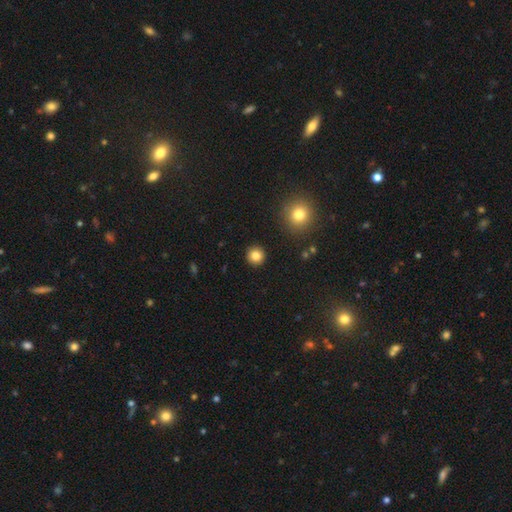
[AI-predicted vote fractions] Overall: smooth (83%). How rounded: round (94%). Merging: none (92%).